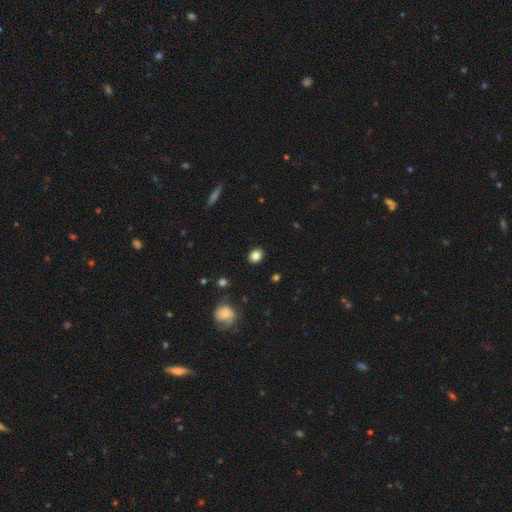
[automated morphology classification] Smooth or featured? smooth (85%)
How rounded? round (52%)
Merging? none (89%)